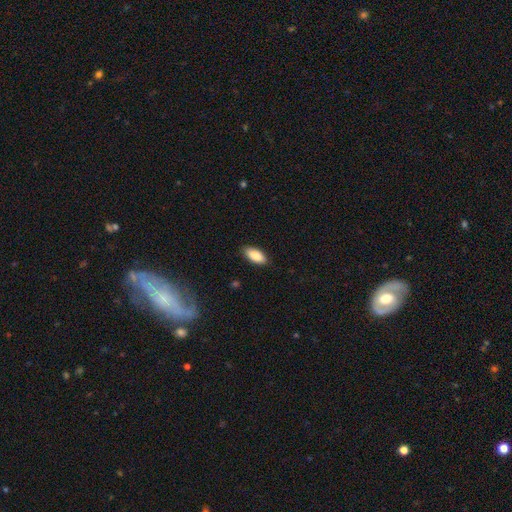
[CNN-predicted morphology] Smooth or featured? Predicted: smooth (p=0.86). How rounded? Predicted: in between (p=0.89). Merging? Predicted: none (p=0.87).